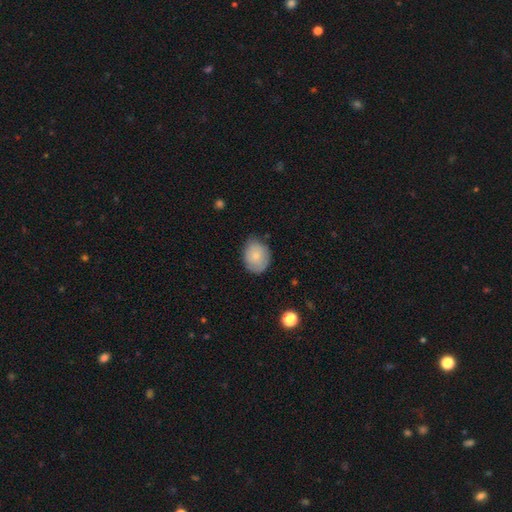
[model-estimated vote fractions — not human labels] Smooth or featured? smooth (74%)
How rounded? in between (53%)
Merging? none (69%)